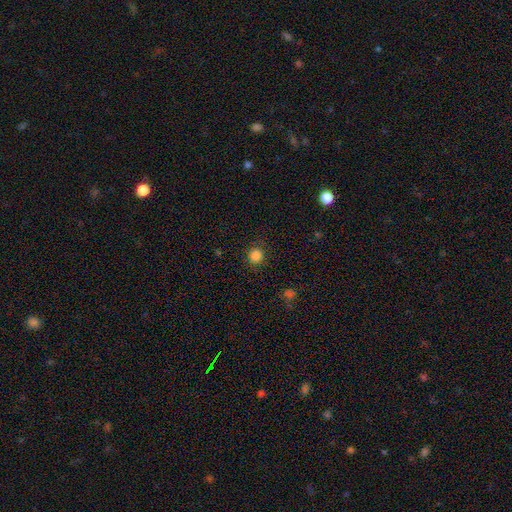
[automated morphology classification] Smooth or featured? Predicted: smooth (p=0.85). How rounded? Predicted: round (p=0.90). Merging? Predicted: none (p=0.88).